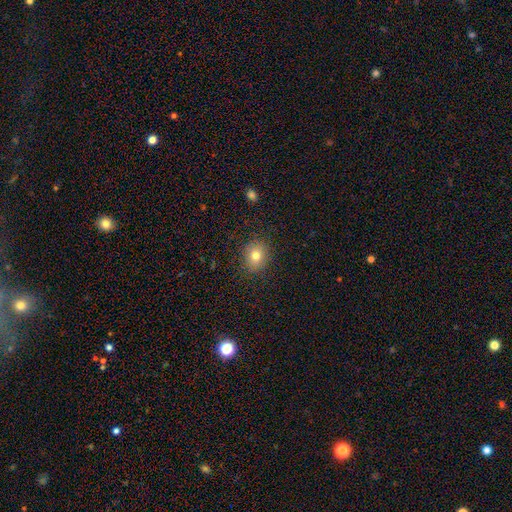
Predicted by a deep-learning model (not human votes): A smooth galaxy with no disk features (77%) that is round (69%).

Vote fractions:
- Smooth or featured? smooth: 77% / star or artifact: 12% / featured or disk: 11%
- How rounded? round: 69% / in between: 30% / cigar-shaped: 1%
- Merging? none: 86% / minor disturbance: 10% / major disturbance: 3% / merger: 1%